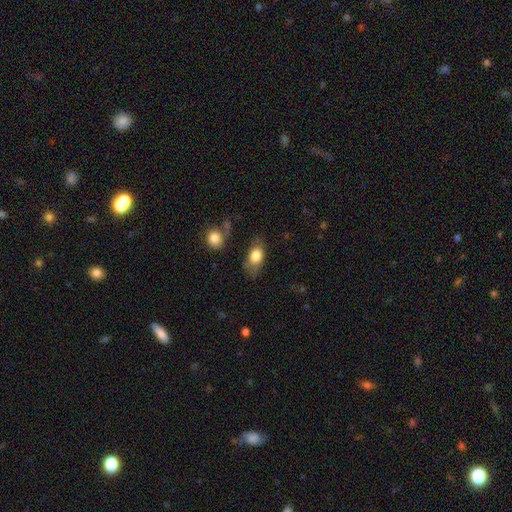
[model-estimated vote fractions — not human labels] smooth_or_featured: smooth (p=0.76) [alt: featured or disk p=0.17]
how_rounded: in between (p=0.87) [alt: round p=0.09]
merging: none (p=0.67) [alt: minor disturbance p=0.21]